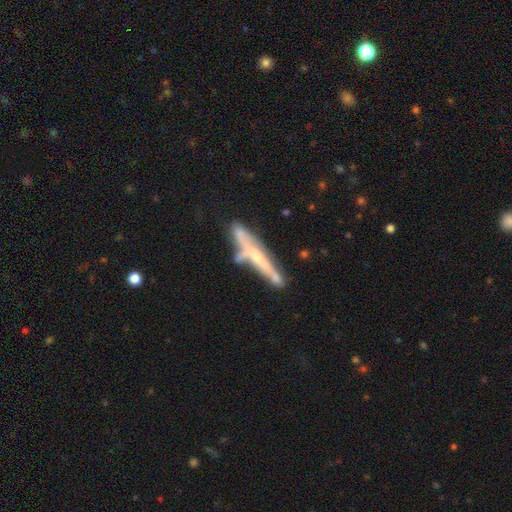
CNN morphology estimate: featured or disk 63%, smooth 29%, star or artifact 7%. Down the decision tree: edge-on disk — yes (85%); edge-on bulge — rounded (48%); merging — none (47%).